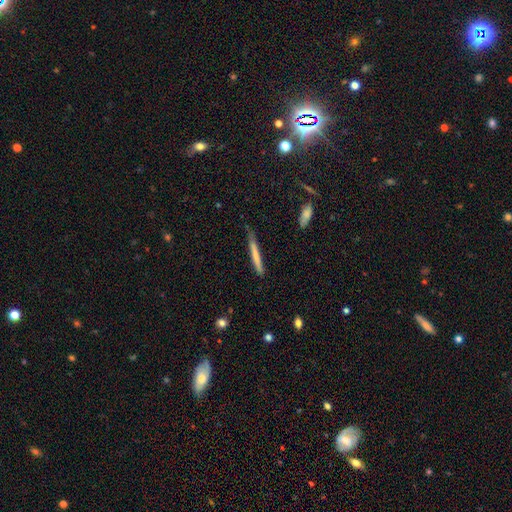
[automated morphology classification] smooth_or_featured: smooth (p=0.67) [alt: featured or disk p=0.27]
how_rounded: cigar-shaped (p=0.96) [alt: in between p=0.03]
merging: none (p=0.73) [alt: minor disturbance p=0.21]